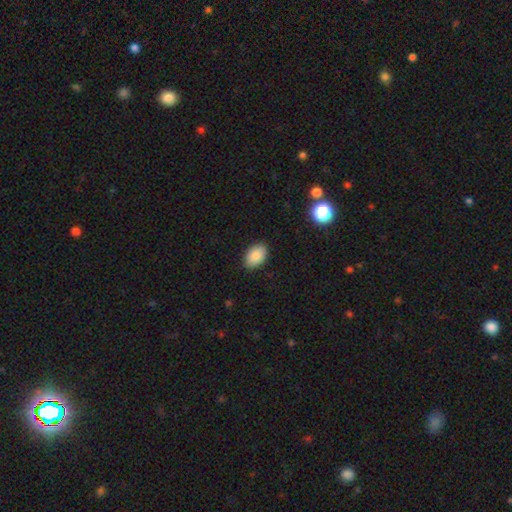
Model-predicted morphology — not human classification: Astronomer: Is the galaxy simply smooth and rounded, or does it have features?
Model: smooth — 87%.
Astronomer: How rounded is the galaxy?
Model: in between — 90%.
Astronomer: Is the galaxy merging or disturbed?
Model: none — 88%.